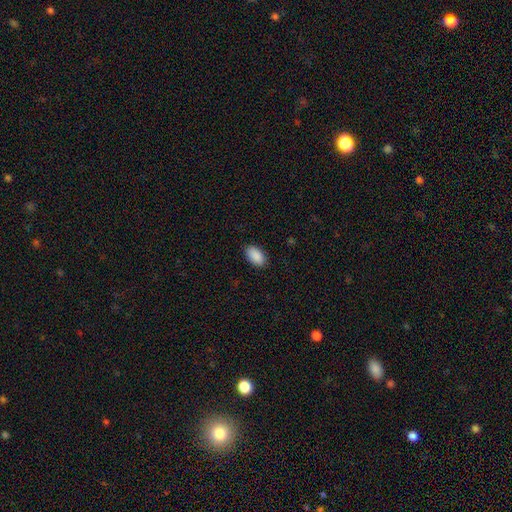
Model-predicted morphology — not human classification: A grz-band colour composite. It shows a smooth galaxy with no disk features (91%) that is in between round and cigar-shaped (95%). Merging: none (88%).